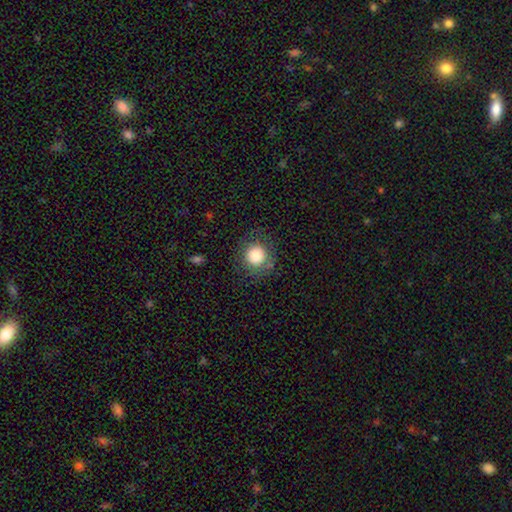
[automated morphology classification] Overall: smooth (81%). How rounded: round (91%). Merging: none (80%).